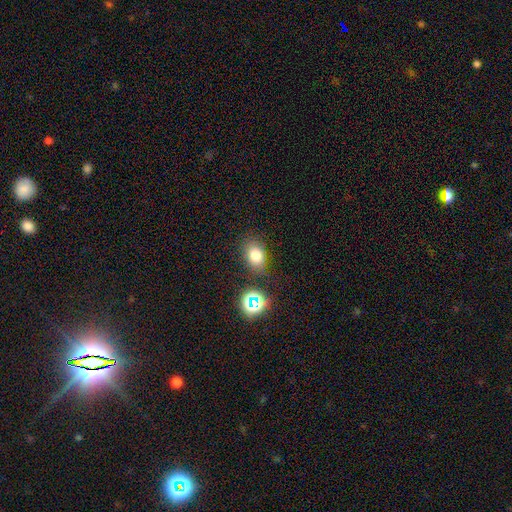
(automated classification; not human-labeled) Smooth or featured: smooth — 74% (star or artifact — 16%)
How rounded: in between — 70% (round — 29%)
Merging: none — 77% (minor disturbance — 14%)